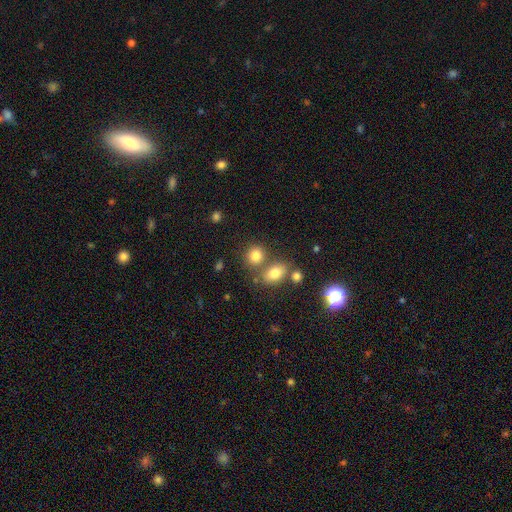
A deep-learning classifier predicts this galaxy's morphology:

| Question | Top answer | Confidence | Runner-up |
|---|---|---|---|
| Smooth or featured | smooth | 80% | star or artifact (12%) |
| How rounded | round | 67% | in between (31%) |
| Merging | none | 59% | merger (27%) |